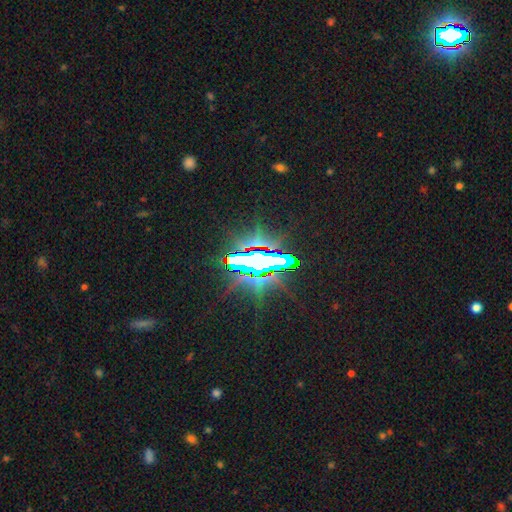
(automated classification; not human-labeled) The model was most divided on "smooth or featured": star or artifact: 78%, featured or disk: 13%, smooth: 9%.